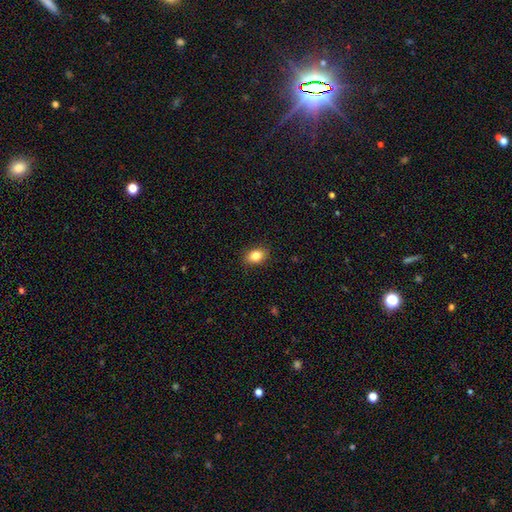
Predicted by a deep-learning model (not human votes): This is clearly a smooth galaxy (83%). How rounded: likely in between (79%). Merging: clearly none (88%).